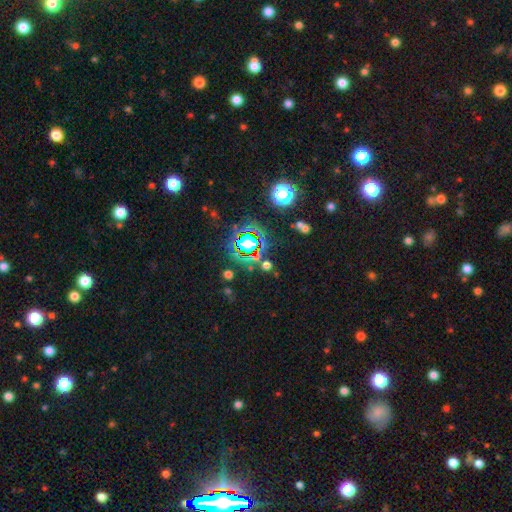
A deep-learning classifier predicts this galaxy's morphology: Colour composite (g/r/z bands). It shows a star or artifact, not a galaxy (73%).